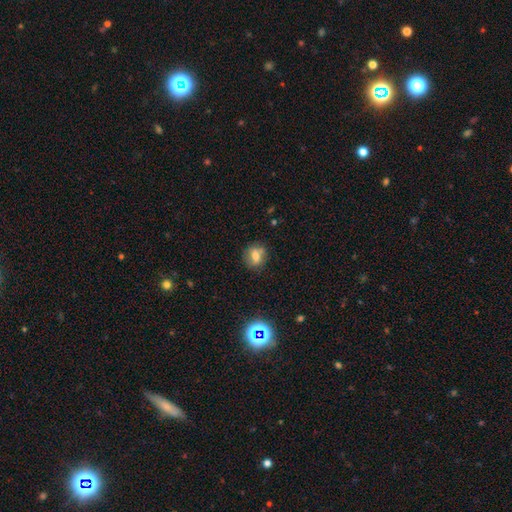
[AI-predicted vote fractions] This appears to be a smooth galaxy with no disk features (61%) that is round (62%). Merging: none (69%).